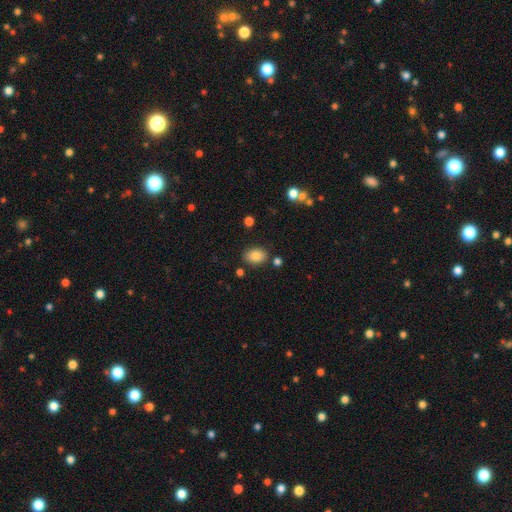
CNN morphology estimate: smooth-or-featured: smooth: 84% | star or artifact: 9% | featured or disk: 7%
  how-rounded: in between: 79% | round: 20% | cigar-shaped: 1%
  merging: none: 81% | minor disturbance: 11% | merger: 4% | major disturbance: 3%